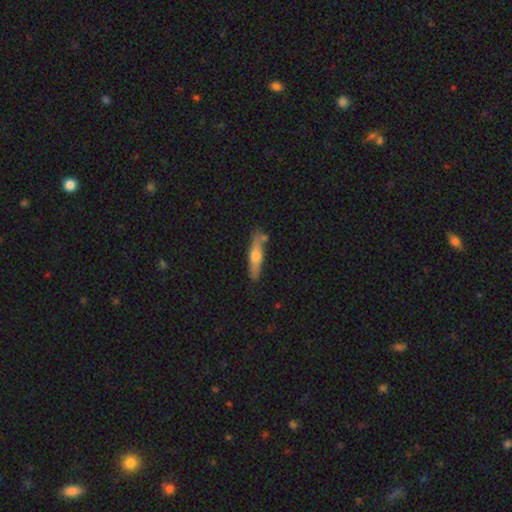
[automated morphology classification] Smooth or featured: featured or disk — 49% (smooth — 45%)
Merging: none — 75% (minor disturbance — 15%)